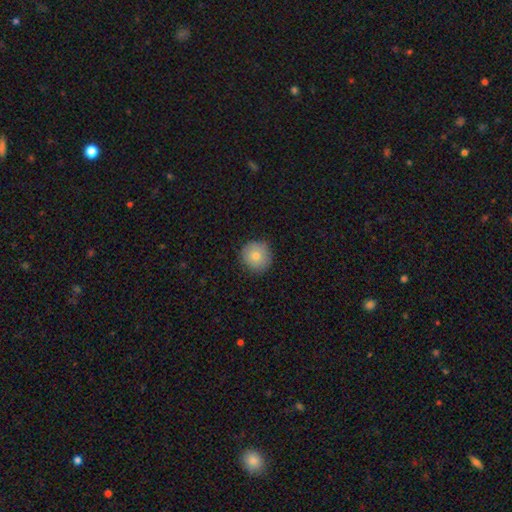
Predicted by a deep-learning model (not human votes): smooth_or_featured: smooth (p=0.78) [alt: featured or disk p=0.12]
how_rounded: round (p=0.95) [alt: in between p=0.04]
merging: none (p=0.88) [alt: minor disturbance p=0.09]